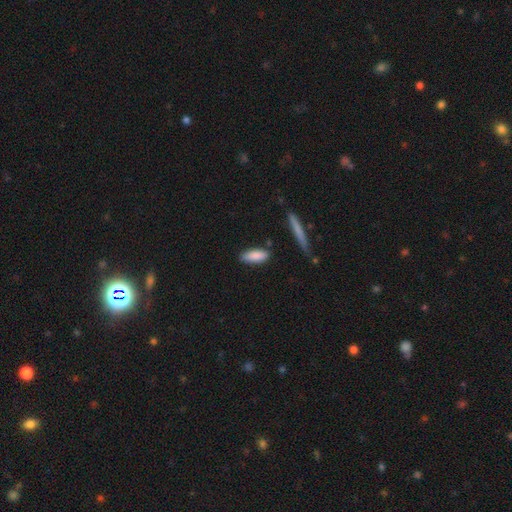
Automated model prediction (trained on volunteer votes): A smooth galaxy with no disk features (85%) that is in between round and cigar-shaped (64%).

Vote fractions:
- Smooth or featured? smooth: 85% / featured or disk: 9% / star or artifact: 6%
- How rounded? in between: 64% / cigar-shaped: 34% / round: 2%
- Merging? none: 80% / minor disturbance: 14% / merger: 3% / major disturbance: 3%